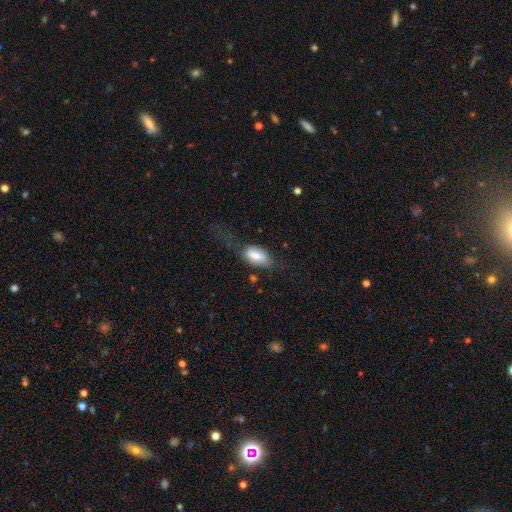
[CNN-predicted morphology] smooth-or-featured: smooth: 75% | featured or disk: 18% | star or artifact: 7%
  how-rounded: in between: 91% | cigar-shaped: 6% | round: 4%
  merging: none: 38% | major disturbance: 32% | minor disturbance: 27% | merger: 3%